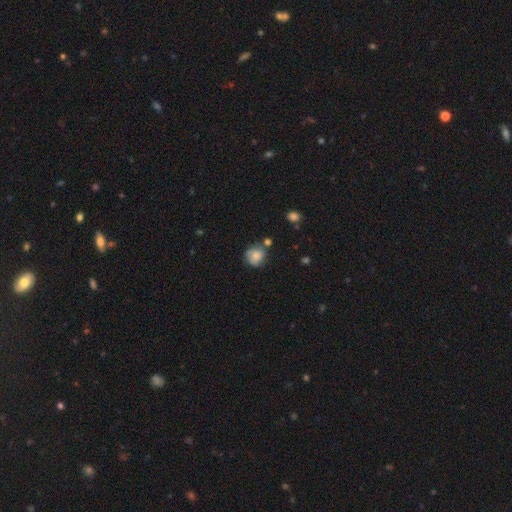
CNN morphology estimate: smooth 73%, featured or disk 17%, star or artifact 10%. Down the decision tree: how rounded — round (78%); merging — none (55%).